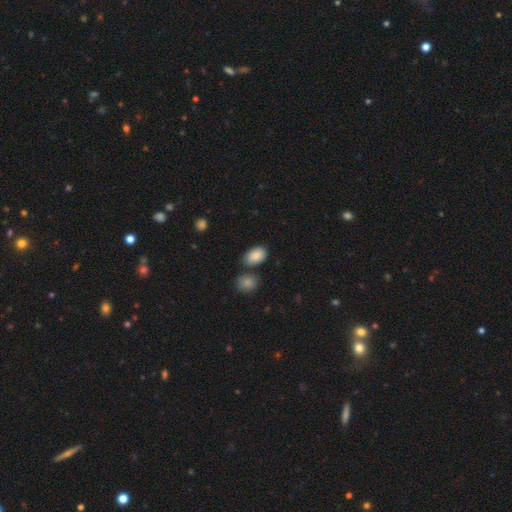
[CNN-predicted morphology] smooth 87%, star or artifact 7%, featured or disk 6%. Down the decision tree: how rounded — in between (87%); merging — none (63%).